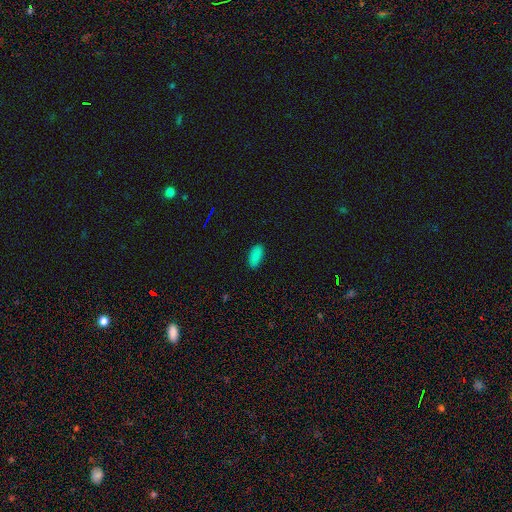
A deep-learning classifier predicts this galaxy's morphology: type=smooth (87%); roundness=in between (90%); merging=none (87%).